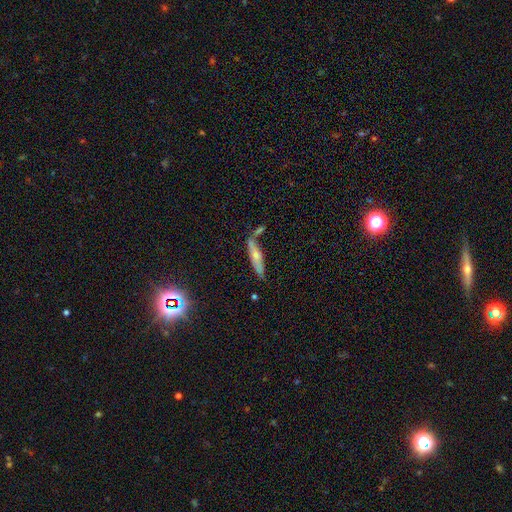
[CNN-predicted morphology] Smooth or featured?
  - smooth: 52% *
  - featured or disk: 39%
  - star or artifact: 9%
How rounded?
  - cigar-shaped: 82% *
  - in between: 16%
  - round: 2%
Merging?
  - none: 62% *
  - minor disturbance: 20%
  - merger: 13%
  - major disturbance: 5%